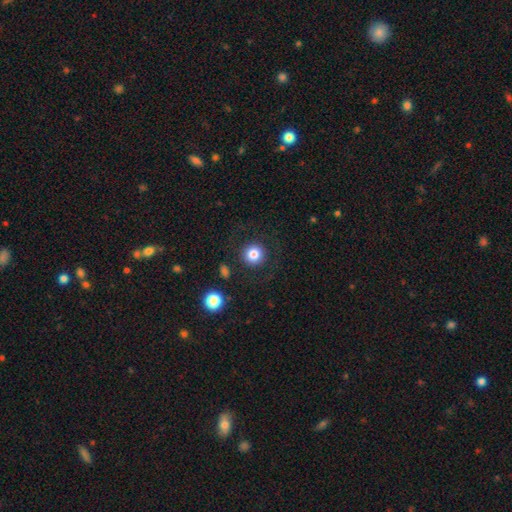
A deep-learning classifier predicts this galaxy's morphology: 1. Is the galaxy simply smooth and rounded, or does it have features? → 75% smooth, 18% star or artifact, 8% featured or disk.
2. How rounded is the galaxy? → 95% round, 4% in between, 1% cigar-shaped.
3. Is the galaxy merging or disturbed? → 90% none, 6% minor disturbance, 3% major disturbance, 1% merger.